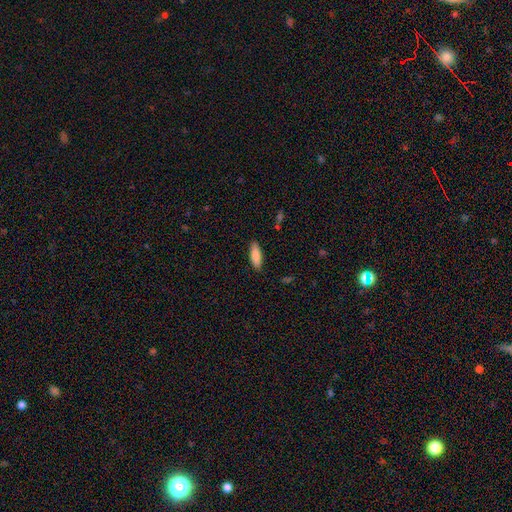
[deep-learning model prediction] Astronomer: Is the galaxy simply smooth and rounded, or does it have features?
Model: smooth — 86%.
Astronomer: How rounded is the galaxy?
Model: in between — 61% (runner-up: cigar-shaped, 37%).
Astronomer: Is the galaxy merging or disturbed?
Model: none — 87%.